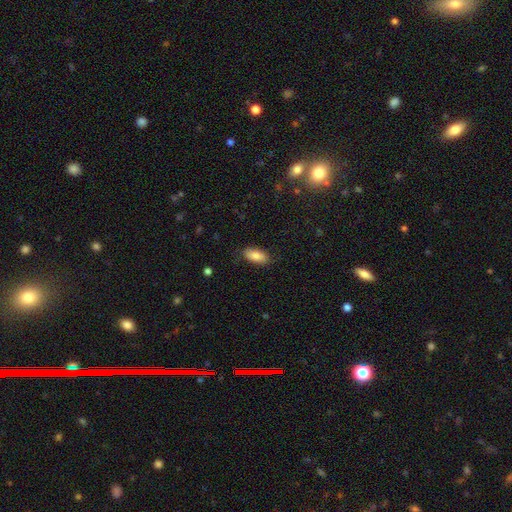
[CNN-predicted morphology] A smooth galaxy with no disk features (84%) that is in between round and cigar-shaped (89%). Merging: none (84%).